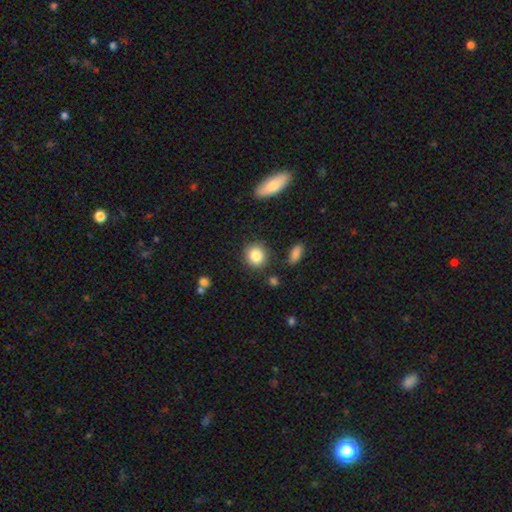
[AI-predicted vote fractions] This appears to be a smooth galaxy with no disk features (85%) that is round (80%). Merging: none (85%).